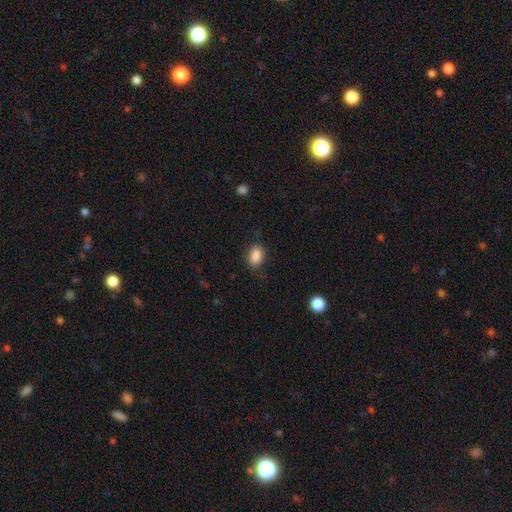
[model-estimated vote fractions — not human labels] This is clearly a smooth galaxy (87%). How rounded: clearly in between (83%). Merging: likely none (77%).